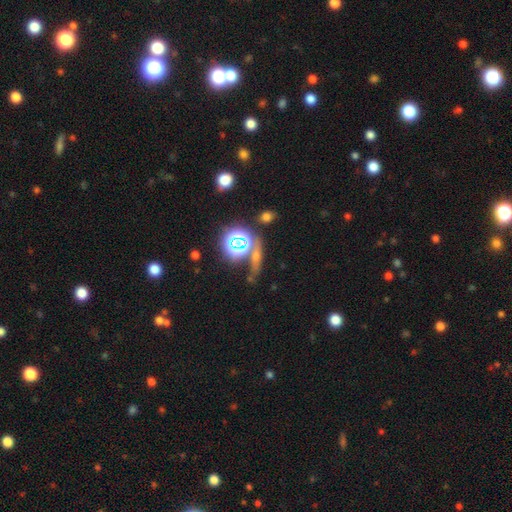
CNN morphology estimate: Q: Smooth or featured?
A: star or artifact (46%); runner-up: smooth (33%)